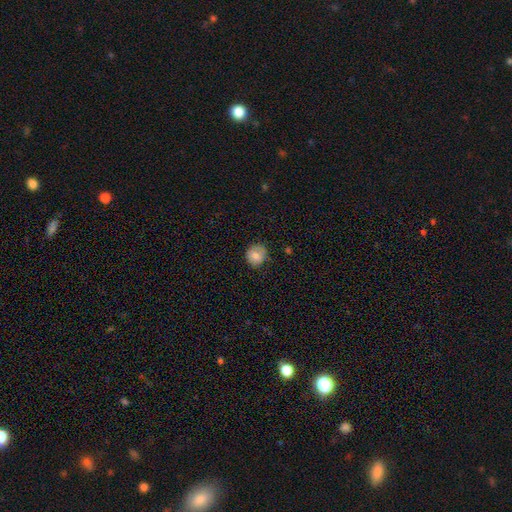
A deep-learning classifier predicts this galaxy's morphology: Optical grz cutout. It shows a smooth galaxy with no disk features (77%) that is round (84%). Merging: none (75%).